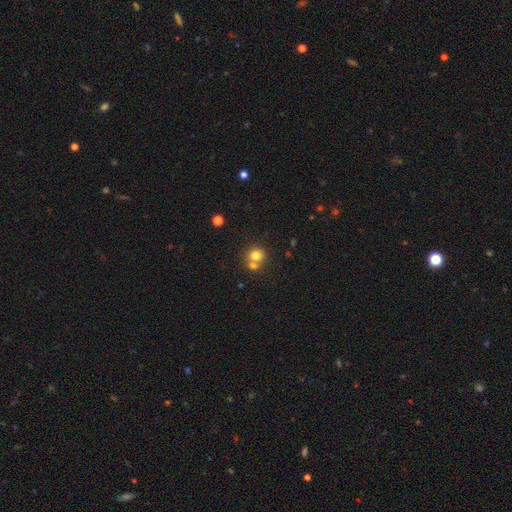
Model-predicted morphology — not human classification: smooth_or_featured: smooth (p=0.76) [alt: star or artifact p=0.13]
how_rounded: round (p=0.85) [alt: in between p=0.14]
merging: none (p=0.50) [alt: merger p=0.40]